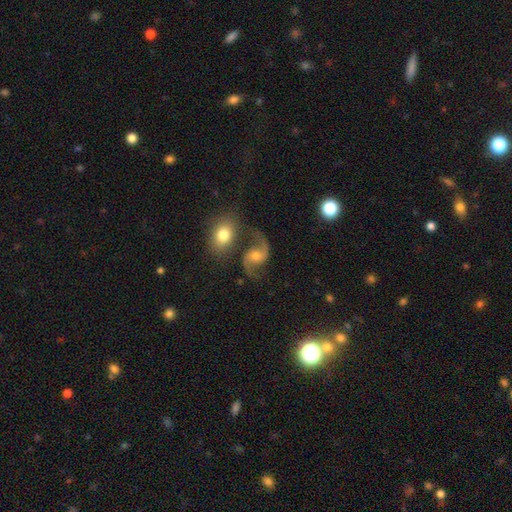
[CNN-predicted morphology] This is clearly a featured or disk galaxy (88%). It is clearly not viewed edge-on (98%). Bar: possibly no (57%). Spiral arm pattern: clearly yes (97%). Spiral arm count: clearly 2 (94%). Spiral winding: likely loose (62%). Central bulge: possibly moderate (53%). Merging: likely none (66%).